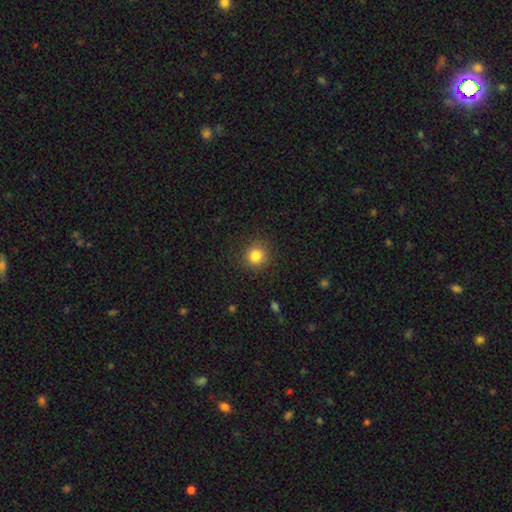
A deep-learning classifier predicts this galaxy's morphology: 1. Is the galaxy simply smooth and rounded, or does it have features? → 83% smooth, 12% star or artifact, 5% featured or disk.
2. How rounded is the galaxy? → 91% round, 8% in between, 1% cigar-shaped.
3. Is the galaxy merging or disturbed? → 89% none, 7% minor disturbance, 3% major disturbance, 1% merger.